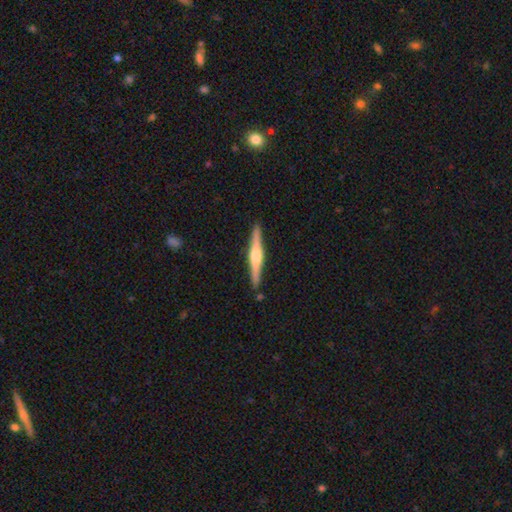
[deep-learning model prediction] Smooth or featured: featured or disk — 73% (smooth — 22%)
Edge-on disk: yes — 98% (no — 2%)
Edge-on bulge: rounded — 84% (boxy — 12%)
Merging: none — 90% (minor disturbance — 7%)